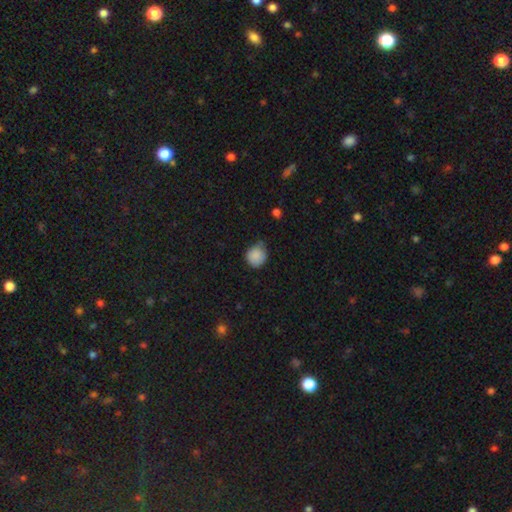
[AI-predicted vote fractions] Smooth or featured: smooth — 86% (star or artifact — 8%)
How rounded: round — 80% (in between — 19%)
Merging: none — 53% (minor disturbance — 38%)